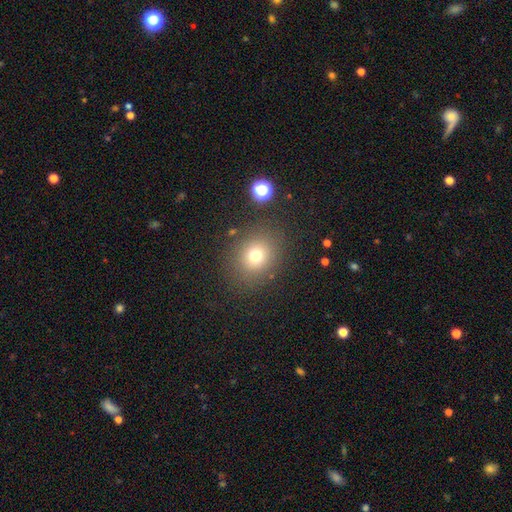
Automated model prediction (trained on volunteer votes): smooth 73%, star or artifact 17%, featured or disk 11%. Down the decision tree: how rounded — round (71%); merging — none (82%).